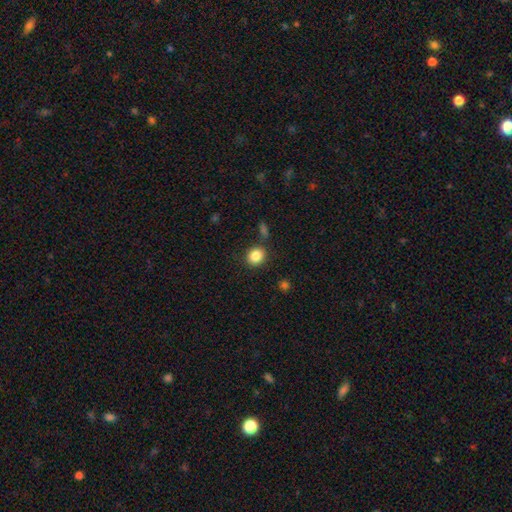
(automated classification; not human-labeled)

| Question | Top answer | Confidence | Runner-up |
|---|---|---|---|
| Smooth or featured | smooth | 85% | star or artifact (10%) |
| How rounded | round | 73% | in between (26%) |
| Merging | none | 82% | minor disturbance (10%) |